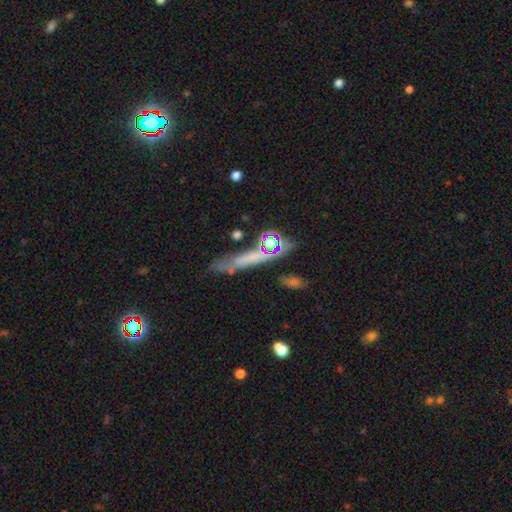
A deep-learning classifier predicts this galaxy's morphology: This is marginally a smooth galaxy (39%). Merging: likely none (63%).